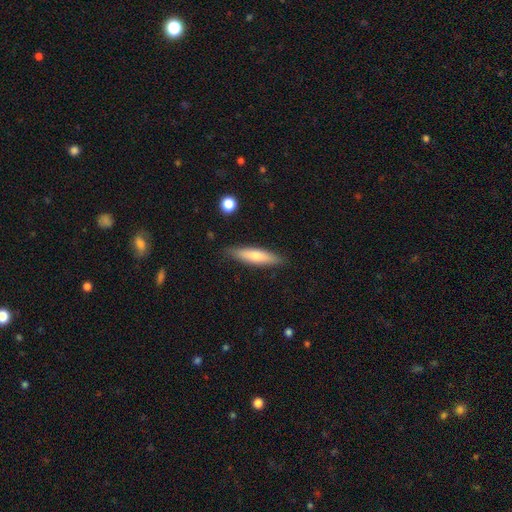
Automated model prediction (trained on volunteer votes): Smooth or featured? Predicted: smooth (p=0.60). How rounded? Predicted: cigar-shaped (p=0.82). Merging? Predicted: none (p=0.88).